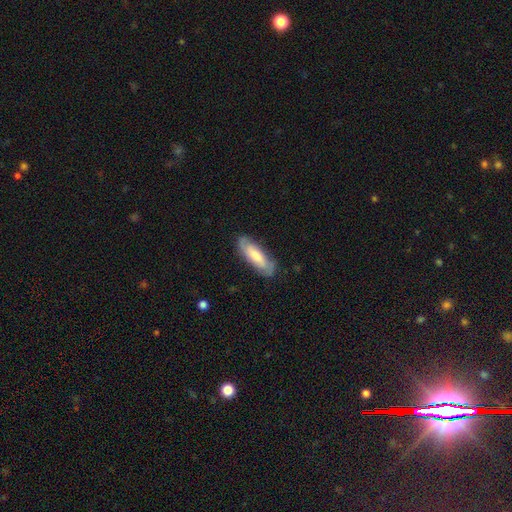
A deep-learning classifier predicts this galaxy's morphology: Smooth or featured? smooth (57%)
How rounded? in between (56%)
Merging? none (79%)